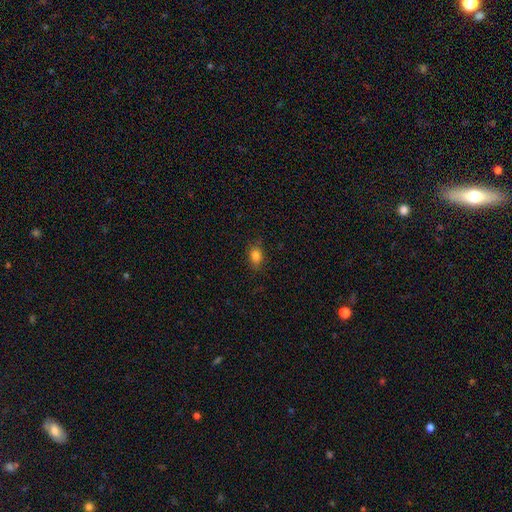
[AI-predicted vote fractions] Smooth or featured?
  - smooth: 83% *
  - star or artifact: 11%
  - featured or disk: 6%
How rounded?
  - in between: 71% *
  - round: 26%
  - cigar-shaped: 2%
Merging?
  - none: 81% *
  - minor disturbance: 14%
  - major disturbance: 4%
  - merger: 1%